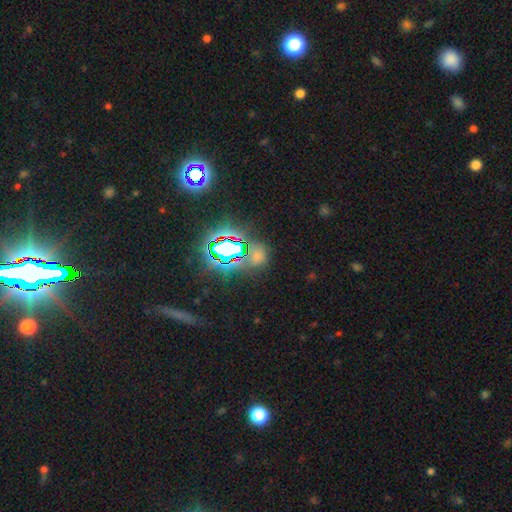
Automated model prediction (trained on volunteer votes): Morphology: type=star or artifact (58%).